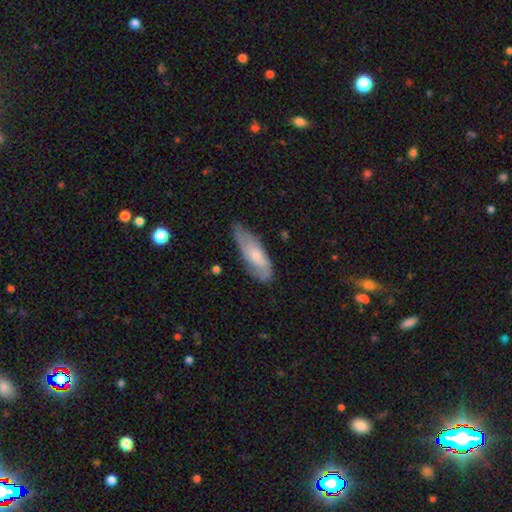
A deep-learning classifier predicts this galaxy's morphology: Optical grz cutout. It shows a smooth galaxy with no disk features (60%) that is in between round and cigar-shaped (62%). Merging: none (51%).